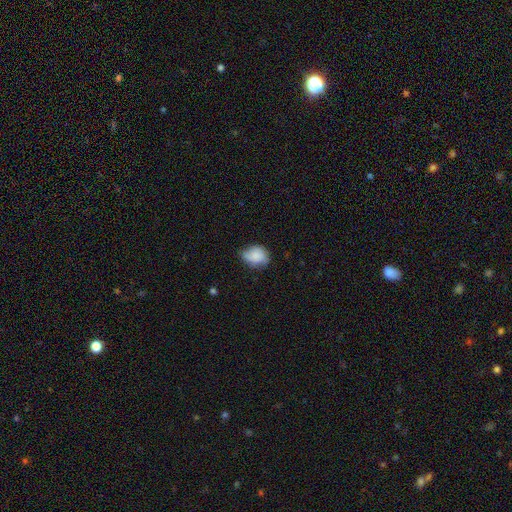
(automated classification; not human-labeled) This appears to be a smooth galaxy with no disk features (79%) that is in between round and cigar-shaped (57%). Merging: none (54%).